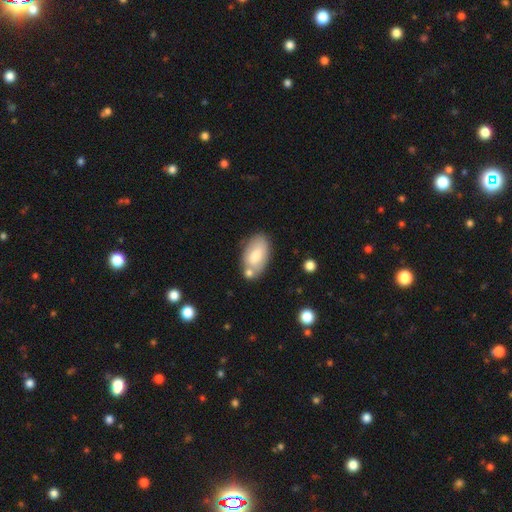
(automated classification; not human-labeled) This is likely a smooth galaxy (74%). How rounded: clearly in between (94%). Merging: likely none (61%).